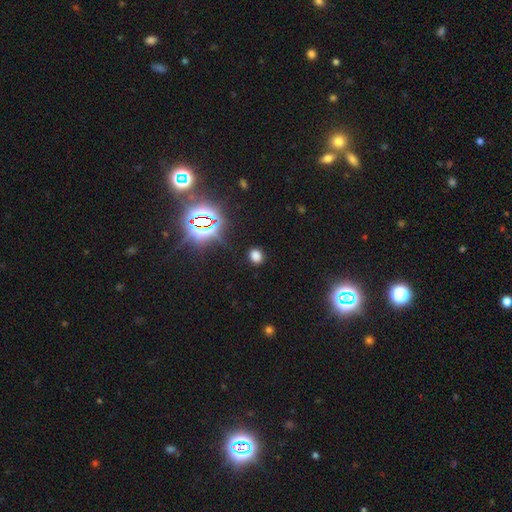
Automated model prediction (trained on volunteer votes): The model was most divided on "how rounded": round: 55%, in between: 44%, cigar-shaped: 2%. More confident: merging — none (86%); smooth or featured — smooth (69%).